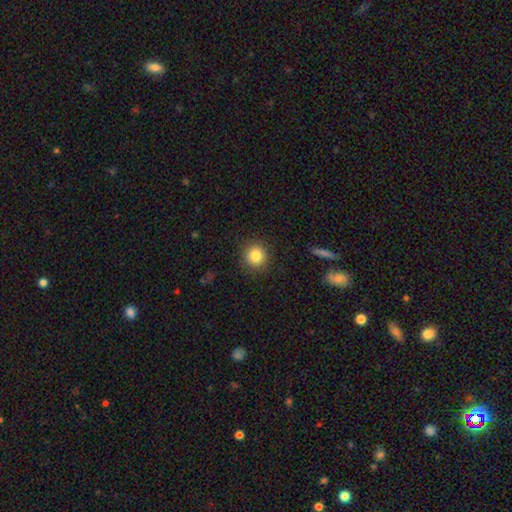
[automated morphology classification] Smooth or featured? Predicted: smooth (p=0.84). How rounded? Predicted: round (p=0.91). Merging? Predicted: none (p=0.89).